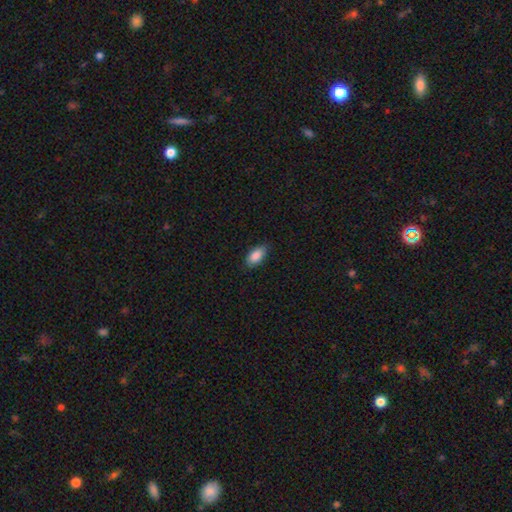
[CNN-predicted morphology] Smooth or featured? Predicted: smooth (p=0.88). How rounded? Predicted: in between (p=0.92). Merging? Predicted: none (p=0.82).